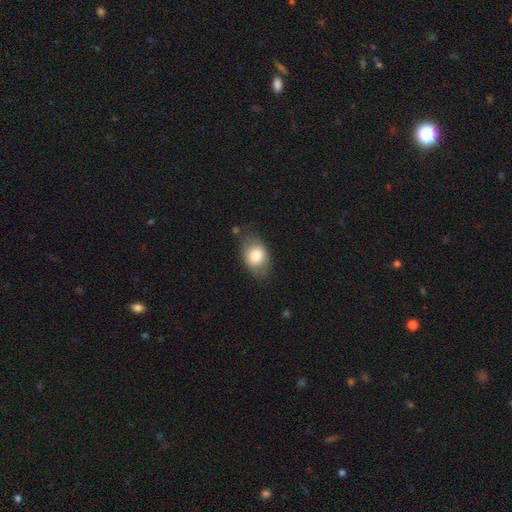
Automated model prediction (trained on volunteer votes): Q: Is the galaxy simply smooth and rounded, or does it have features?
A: smooth — 79%.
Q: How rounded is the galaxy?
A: in between — 78%.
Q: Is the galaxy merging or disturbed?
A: none — 74%.